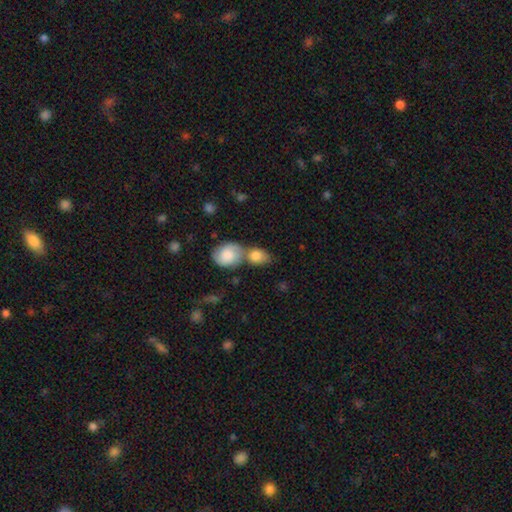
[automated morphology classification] A smooth galaxy with no disk features (79%) that is in between round and cigar-shaped (71%). Merging: merger (53%).